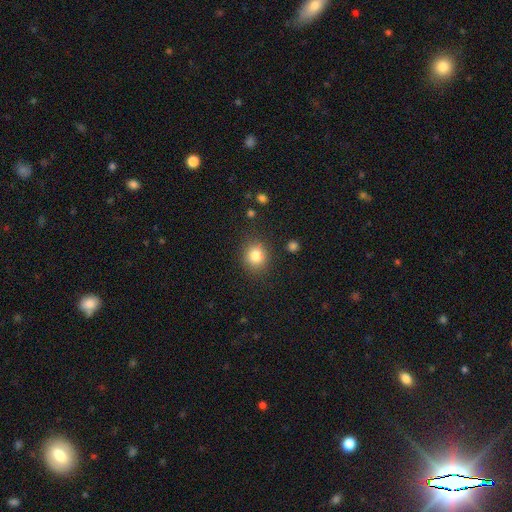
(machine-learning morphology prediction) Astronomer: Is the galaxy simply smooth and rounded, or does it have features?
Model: smooth — 83%.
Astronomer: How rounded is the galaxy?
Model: round — 77%.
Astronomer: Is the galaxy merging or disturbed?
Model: none — 84%.